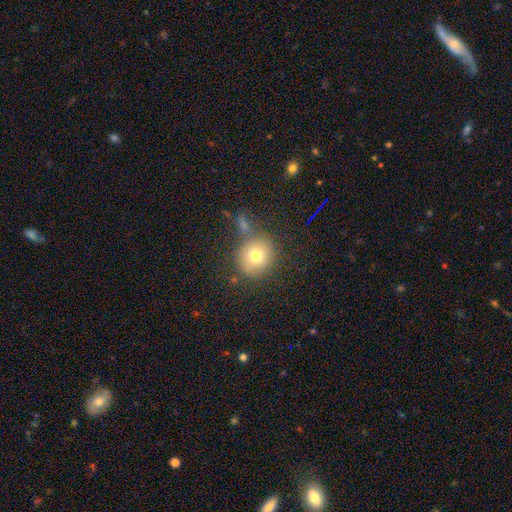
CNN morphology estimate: smooth-or-featured: smooth: 75% | featured or disk: 13% | star or artifact: 12%
  how-rounded: round: 88% | in between: 11% | cigar-shaped: 1%
  merging: none: 69% | minor disturbance: 13% | merger: 12% | major disturbance: 6%